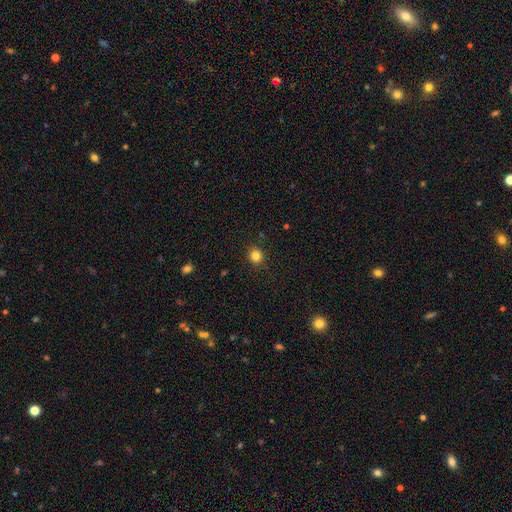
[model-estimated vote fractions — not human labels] smooth 83%, star or artifact 12%, featured or disk 5%. Down the decision tree: how rounded — round (88%); merging — none (89%).